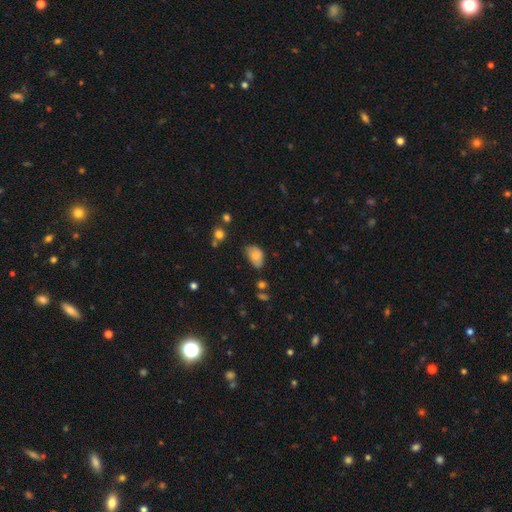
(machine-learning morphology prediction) type=smooth (79%); roundness=in between (87%); merging=none (46%).